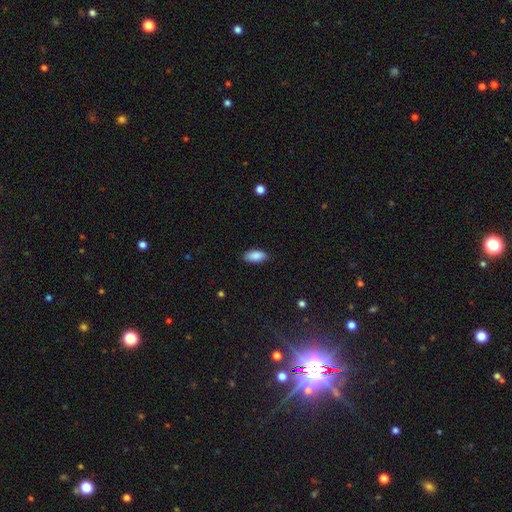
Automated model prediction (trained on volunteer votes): Smooth or featured? Predicted: smooth (p=0.88). How rounded? Predicted: in between (p=0.90). Merging? Predicted: none (p=0.86).